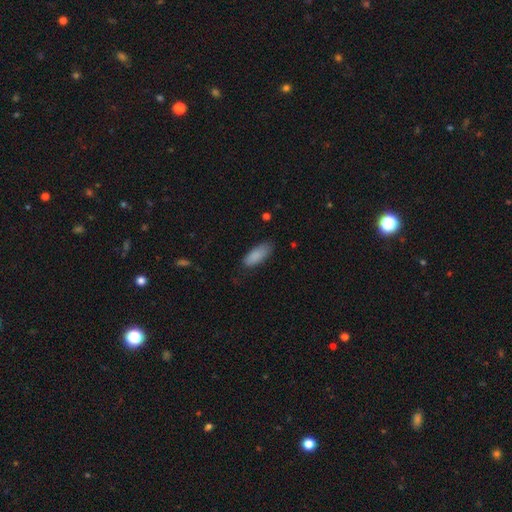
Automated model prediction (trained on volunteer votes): The model was most divided on "how rounded": in between: 76%, cigar-shaped: 22%, round: 2%. More confident: smooth or featured — smooth (88%); merging — none (76%).